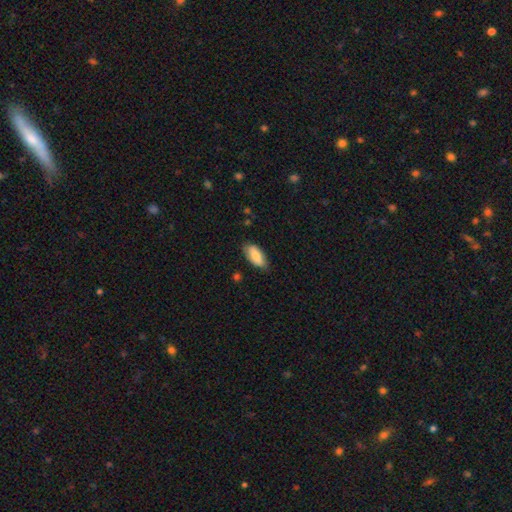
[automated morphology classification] This is clearly a smooth galaxy (80%). How rounded: clearly in between (88%). Merging: likely none (73%).